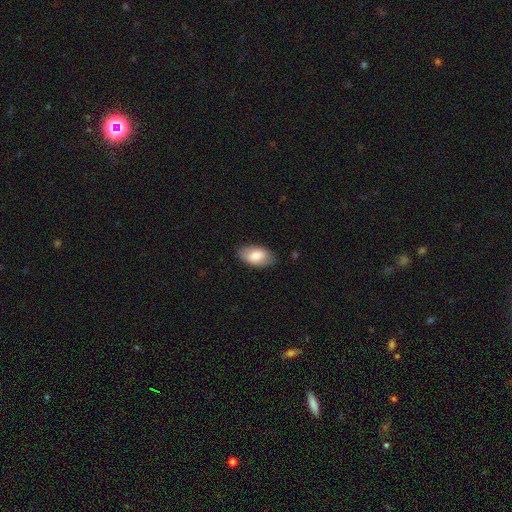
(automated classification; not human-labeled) Morphology: type=smooth (74%); roundness=in between (94%); merging=none (82%).